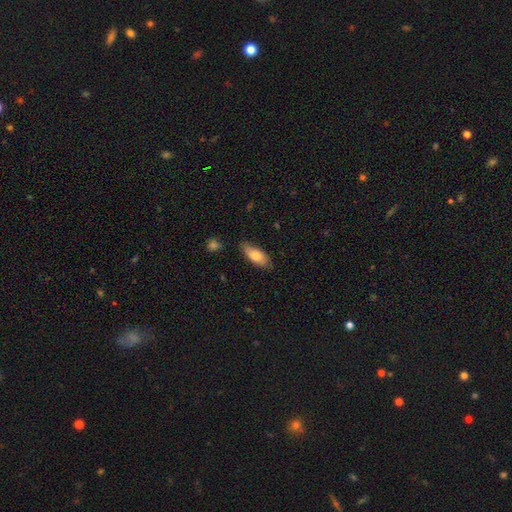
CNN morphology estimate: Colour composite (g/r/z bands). It shows a smooth galaxy with no disk features (73%) that is in between round and cigar-shaped (82%). Merging: none (76%).